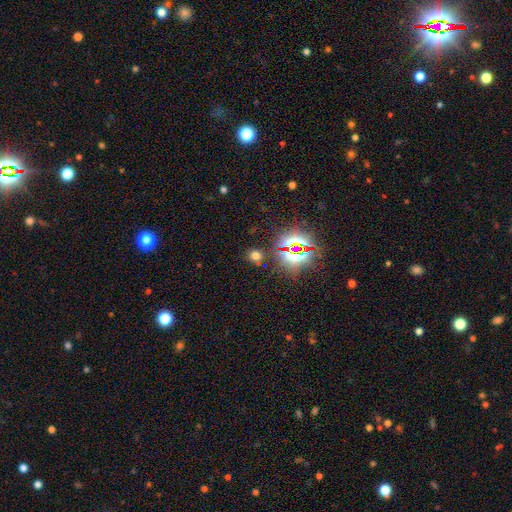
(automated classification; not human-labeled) Overall: smooth (57%; star or artifact 36%). How rounded: round (71%). Merging: none (82%).